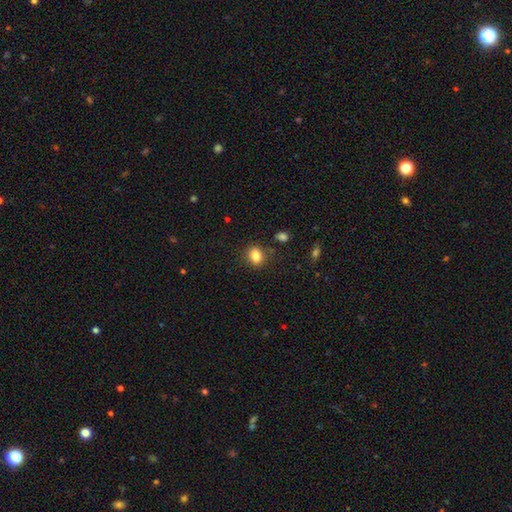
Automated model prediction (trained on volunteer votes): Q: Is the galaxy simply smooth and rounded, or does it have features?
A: smooth — 84%.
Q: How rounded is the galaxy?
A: round — 51%.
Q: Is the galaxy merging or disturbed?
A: none — 82%.